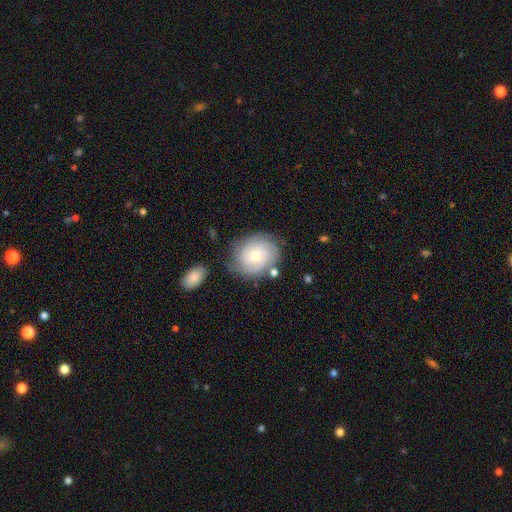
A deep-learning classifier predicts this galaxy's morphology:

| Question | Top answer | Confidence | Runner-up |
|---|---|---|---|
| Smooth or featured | featured or disk | 61% | smooth (31%) |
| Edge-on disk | no | 97% | yes (3%) |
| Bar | no | 79% | weak (18%) |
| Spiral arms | yes | 90% | no (10%) |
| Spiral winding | tight | 68% | medium (25%) |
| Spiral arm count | can't tell | 38% | 3 (23%) |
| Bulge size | moderate | 48% | small (46%) |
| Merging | none | 71% | minor disturbance (18%) |